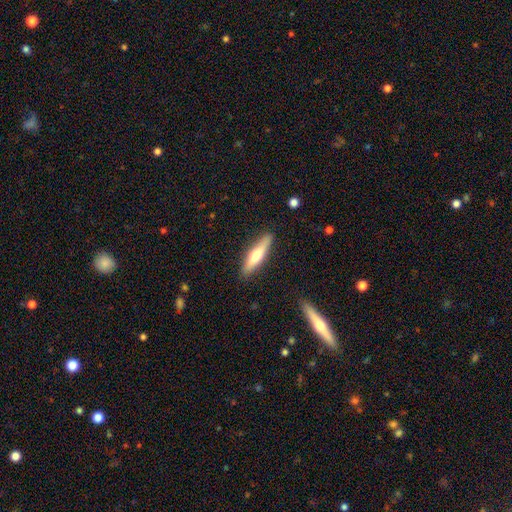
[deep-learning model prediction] This is possibly a smooth galaxy (53%). How rounded: clearly cigar-shaped (80%). Merging: clearly none (88%).